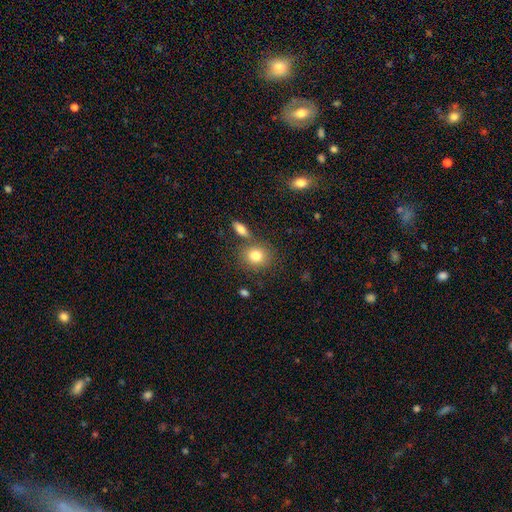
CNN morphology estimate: This is clearly a smooth galaxy (81%). How rounded: likely round (69%). Merging: likely none (69%).